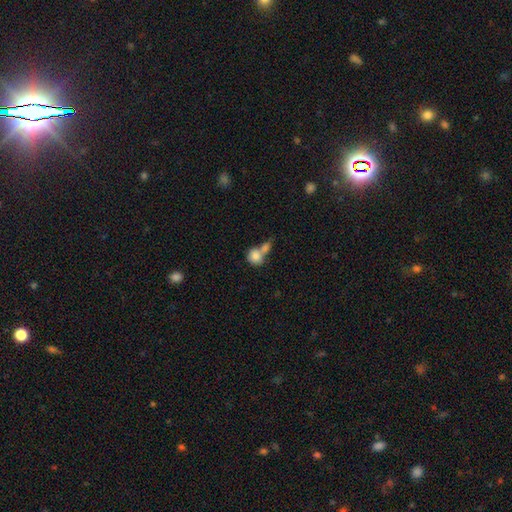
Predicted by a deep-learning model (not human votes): smooth_or_featured: smooth (p=0.81) [alt: featured or disk p=0.11]
how_rounded: round (p=0.70) [alt: in between p=0.29]
merging: merger (p=0.58) [alt: none p=0.29]